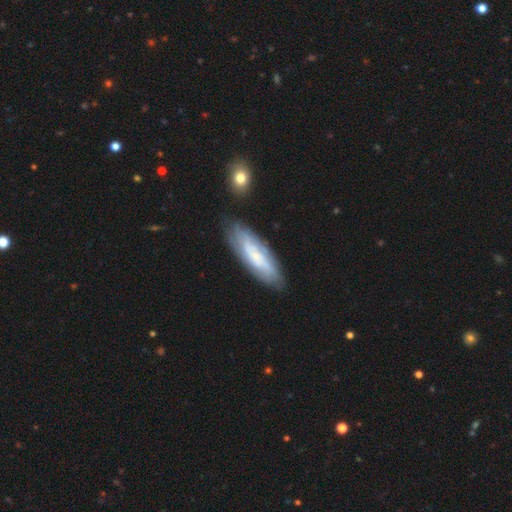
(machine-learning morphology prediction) Smooth or featured: featured or disk — 54% (smooth — 39%)
Edge-on disk: no — 76% (yes — 24%)
Merging: none — 75% (minor disturbance — 17%)